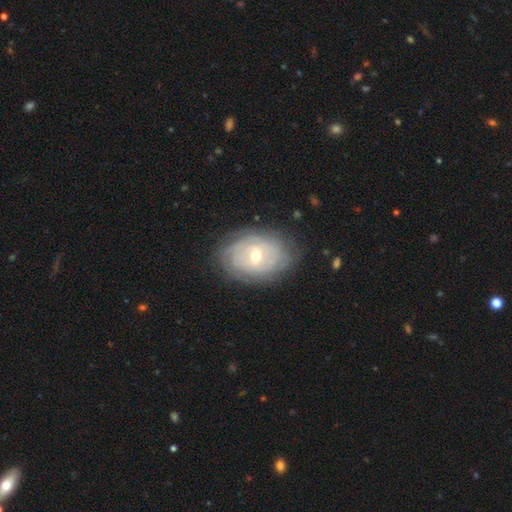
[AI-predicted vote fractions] featured or disk 73%, smooth 20%, star or artifact 7%. Down the decision tree: edge-on disk — no (95%); bar — no (60%); spiral arms — yes (81%); spiral arm count — can't tell (57%); spiral winding — tight (78%); bulge size — moderate (61%); merging — none (78%).